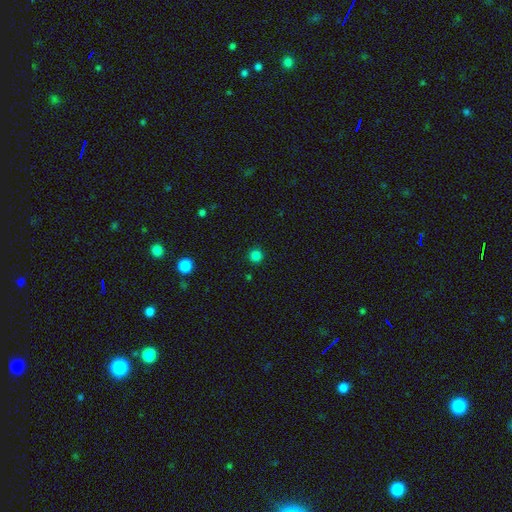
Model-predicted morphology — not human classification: smooth 82%, star or artifact 15%, featured or disk 3%. Down the decision tree: how rounded — round (95%); merging — none (92%).